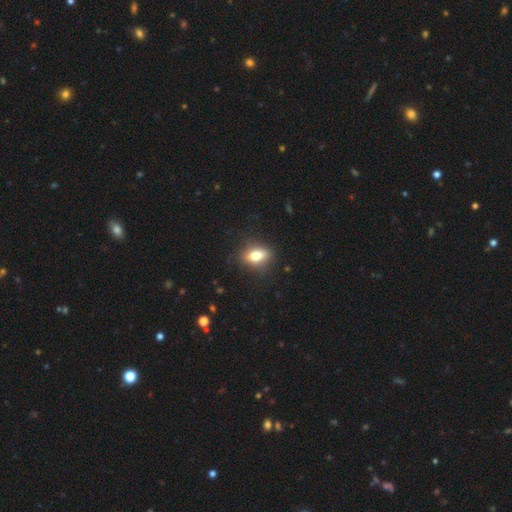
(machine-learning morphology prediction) Smooth or featured: smooth — 75% (featured or disk — 16%)
How rounded: in between — 74% (round — 20%)
Merging: none — 83% (minor disturbance — 13%)